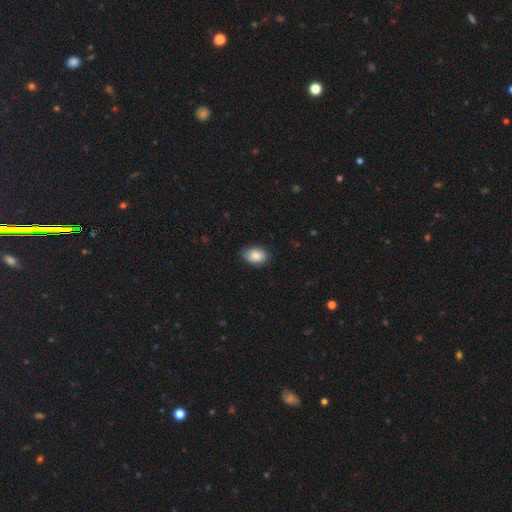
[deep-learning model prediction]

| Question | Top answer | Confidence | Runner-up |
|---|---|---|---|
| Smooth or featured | smooth | 86% | star or artifact (7%) |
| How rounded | in between | 80% | round (19%) |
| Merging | none | 81% | minor disturbance (16%) |